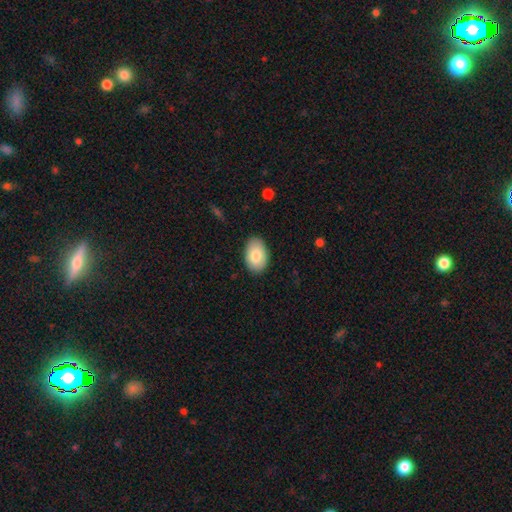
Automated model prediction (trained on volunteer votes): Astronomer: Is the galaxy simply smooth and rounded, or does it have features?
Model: smooth — 81%.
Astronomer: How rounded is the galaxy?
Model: in between — 90%.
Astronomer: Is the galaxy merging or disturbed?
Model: none — 86%.